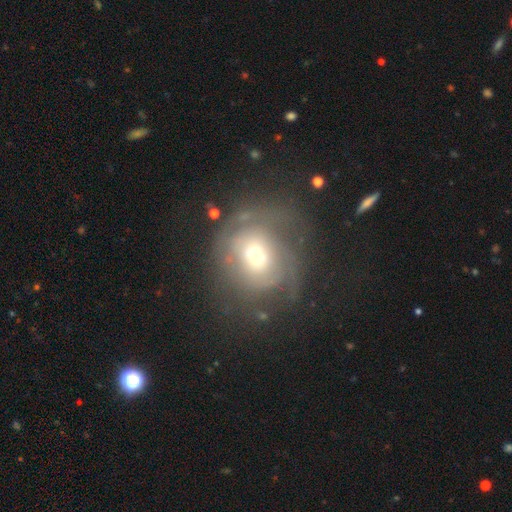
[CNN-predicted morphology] Q: Smooth or featured?
A: featured or disk (50%); runner-up: smooth (40%)
Q: Merging?
A: none (53%); runner-up: major disturbance (23%)